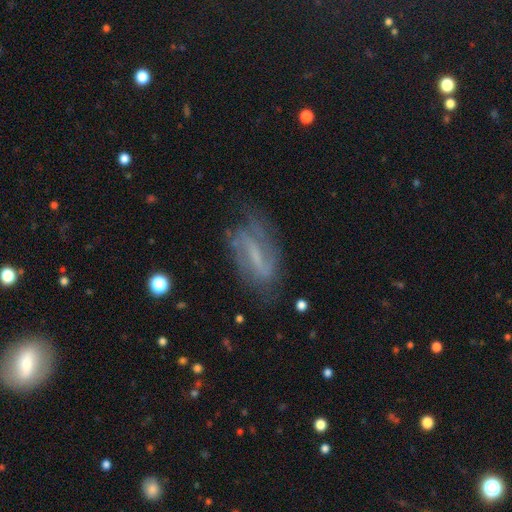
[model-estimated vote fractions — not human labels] featured or disk 70%, smooth 21%, star or artifact 10%. Down the decision tree: edge-on disk — no (88%); bar — strong (43%); spiral arms — yes (82%); spiral arm count — 2 (59%); spiral winding — medium (39%); bulge size — none (40%); merging — none (65%).